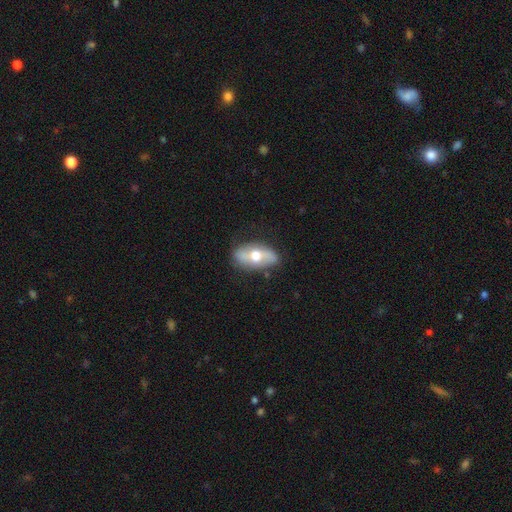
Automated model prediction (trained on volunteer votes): This appears to be a featured or disk galaxy (49%). Merging: none (76%).